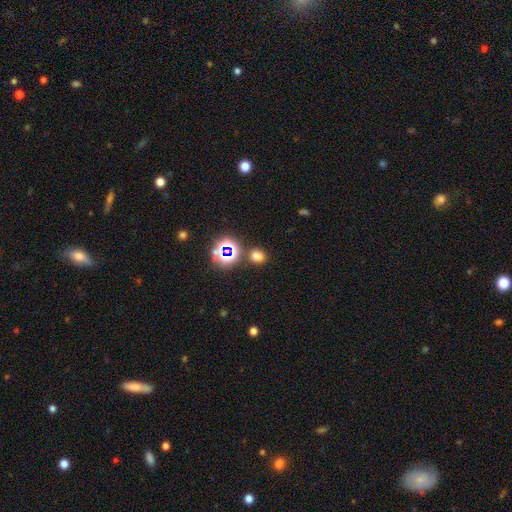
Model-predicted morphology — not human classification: type=smooth (66%); roundness=round (53%); merging=none (79%).